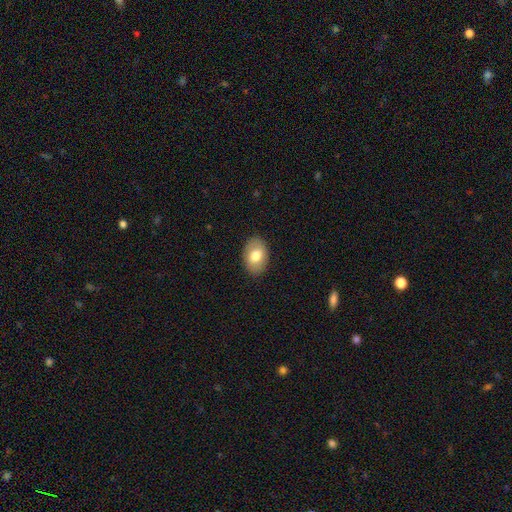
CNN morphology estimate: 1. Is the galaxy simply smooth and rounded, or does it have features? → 75% smooth, 18% featured or disk, 7% star or artifact.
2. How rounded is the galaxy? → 83% in between, 16% round, 1% cigar-shaped.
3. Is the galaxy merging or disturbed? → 88% none, 9% minor disturbance, 2% major disturbance, 1% merger.